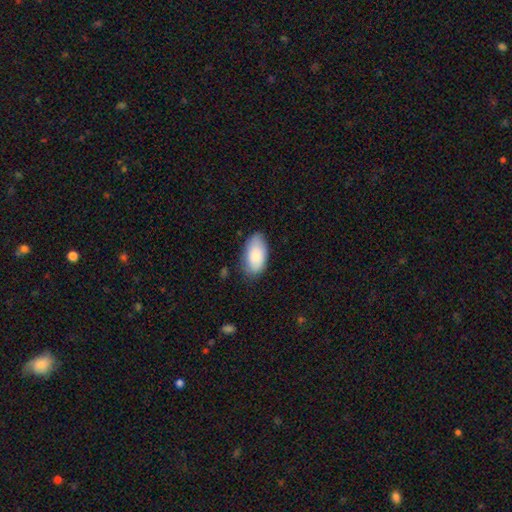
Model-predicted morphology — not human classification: Smooth or featured: smooth — 82% (featured or disk — 12%)
How rounded: in between — 95% (round — 3%)
Merging: none — 75% (minor disturbance — 20%)